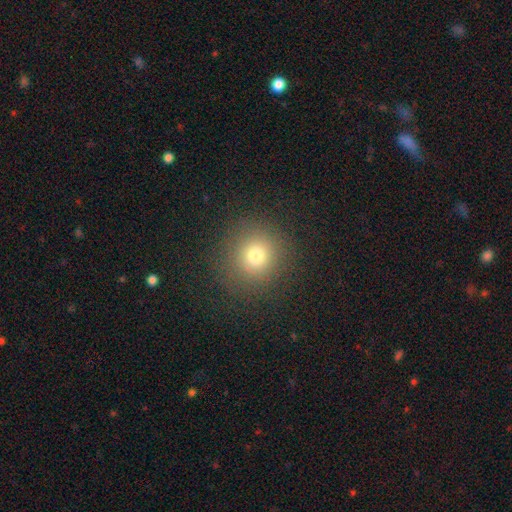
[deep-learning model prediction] Smooth or featured? Predicted: smooth (p=0.75). How rounded? Predicted: round (p=0.91). Merging? Predicted: none (p=0.88).